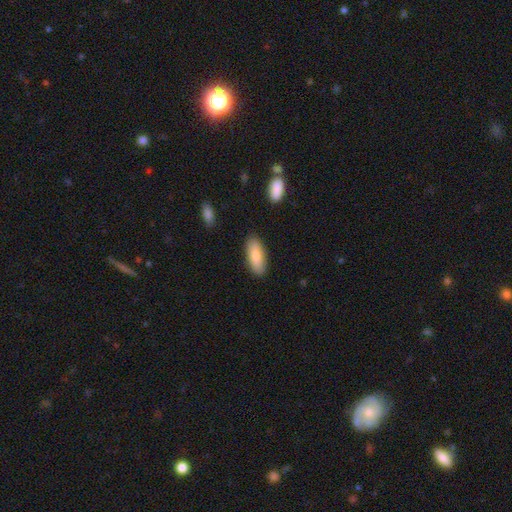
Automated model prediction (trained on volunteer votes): Q: Smooth or featured?
A: smooth (82%); runner-up: featured or disk (12%)
Q: How rounded?
A: in between (77%); runner-up: cigar-shaped (21%)
Q: Merging?
A: none (86%); runner-up: minor disturbance (10%)